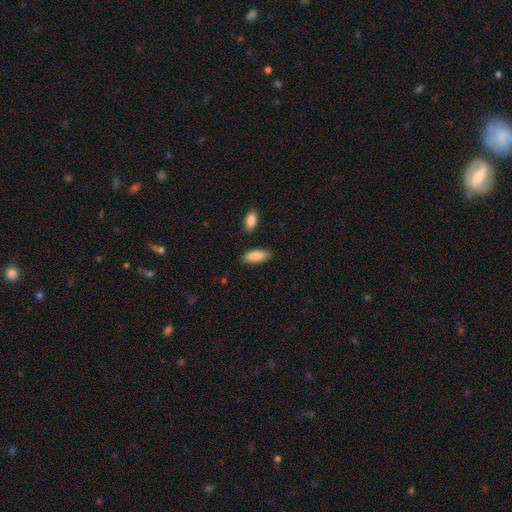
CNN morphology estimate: This is clearly a smooth galaxy (89%). How rounded: clearly in between (81%). Merging: clearly none (84%).